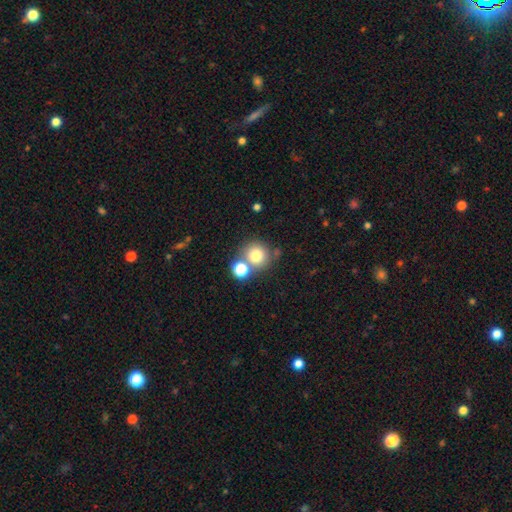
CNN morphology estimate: type=smooth (76%); roundness=round (91%); merging=none (63%).